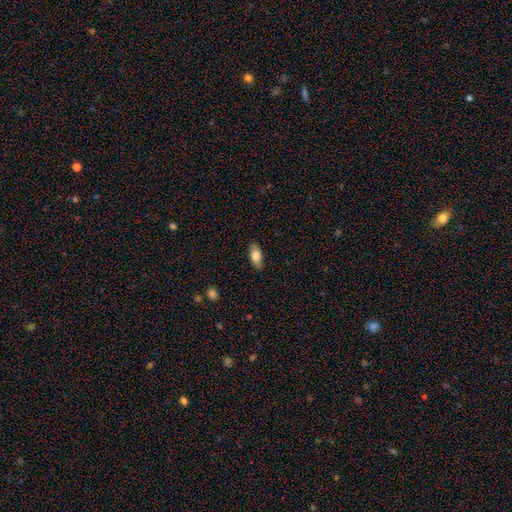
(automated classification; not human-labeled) Smooth or featured?
  - smooth: 76% *
  - featured or disk: 17%
  - star or artifact: 7%
How rounded?
  - in between: 85% *
  - cigar-shaped: 11%
  - round: 4%
Merging?
  - none: 82% *
  - minor disturbance: 14%
  - major disturbance: 3%
  - merger: 1%